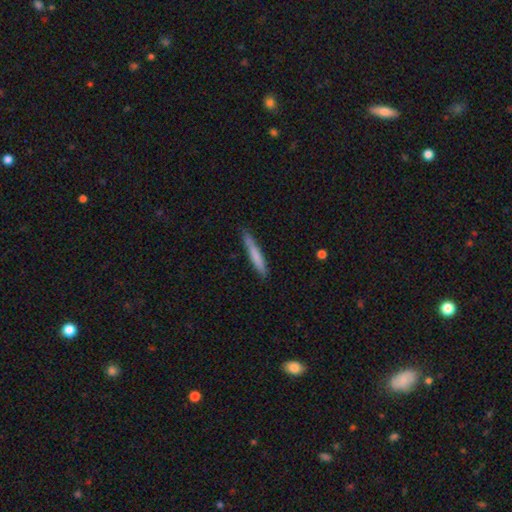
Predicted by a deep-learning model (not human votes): Overall: smooth (74%). How rounded: cigar-shaped (95%). Merging: none (84%).